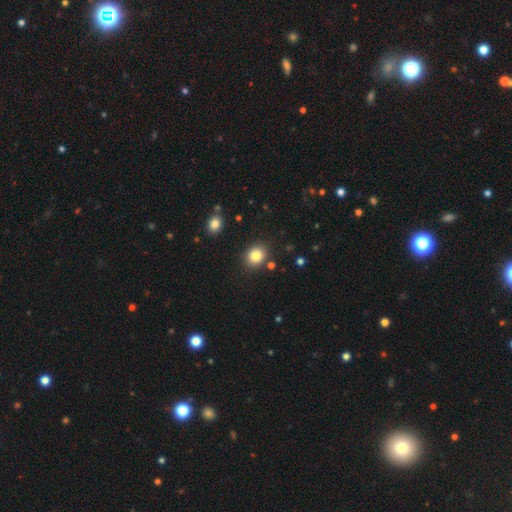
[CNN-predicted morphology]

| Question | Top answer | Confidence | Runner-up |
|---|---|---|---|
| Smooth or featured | smooth | 83% | star or artifact (11%) |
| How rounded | round | 69% | in between (30%) |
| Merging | none | 86% | minor disturbance (8%) |